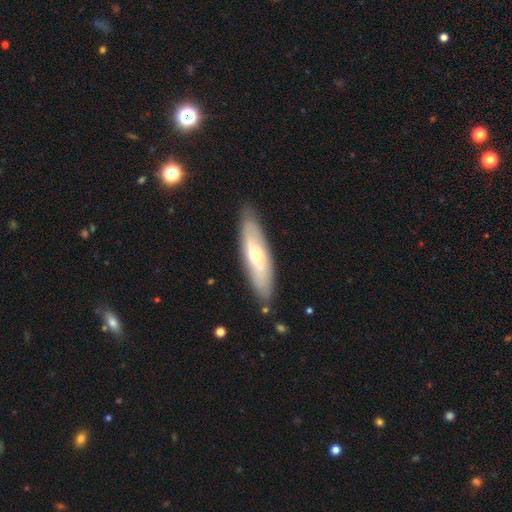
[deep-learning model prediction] This is possibly a featured or disk galaxy (53%). It is likely not viewed edge-on (62%). Merging: clearly none (84%).